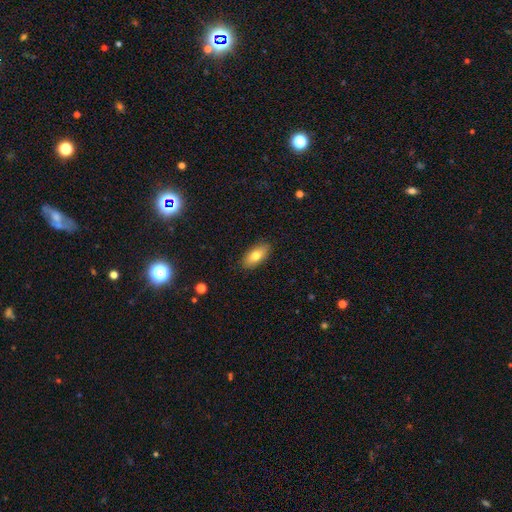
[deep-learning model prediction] Smooth or featured?
  - smooth: 78% *
  - featured or disk: 15%
  - star or artifact: 7%
How rounded?
  - in between: 88% *
  - cigar-shaped: 9%
  - round: 3%
Merging?
  - none: 88% *
  - minor disturbance: 9%
  - major disturbance: 2%
  - merger: 1%